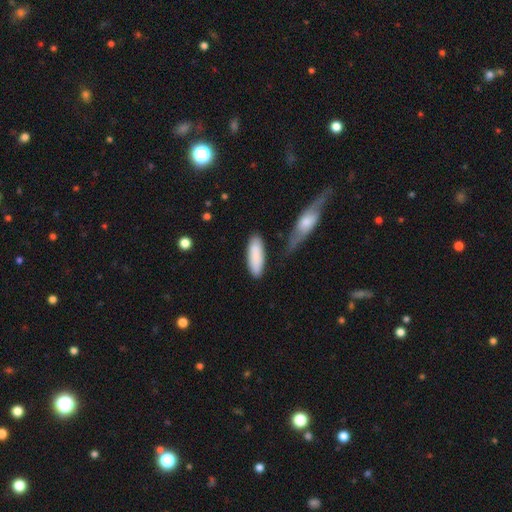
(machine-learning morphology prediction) Smooth or featured? Predicted: smooth (p=0.87). How rounded? Predicted: in between (p=0.56). Merging? Predicted: none (p=0.71).